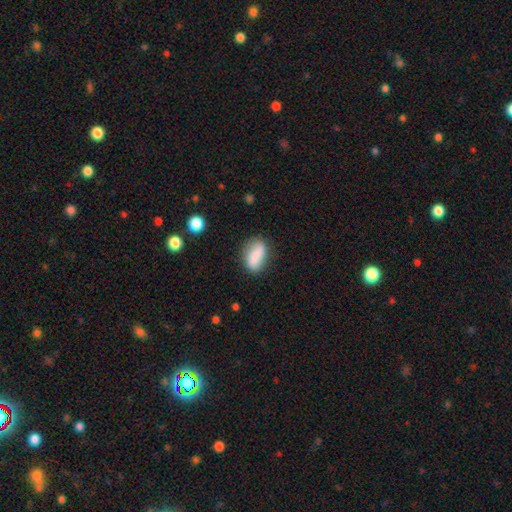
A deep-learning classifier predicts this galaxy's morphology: Smooth or featured?
  - smooth: 76% *
  - featured or disk: 17%
  - star or artifact: 7%
How rounded?
  - in between: 84% *
  - round: 9%
  - cigar-shaped: 7%
Merging?
  - none: 75% *
  - minor disturbance: 17%
  - major disturbance: 5%
  - merger: 2%